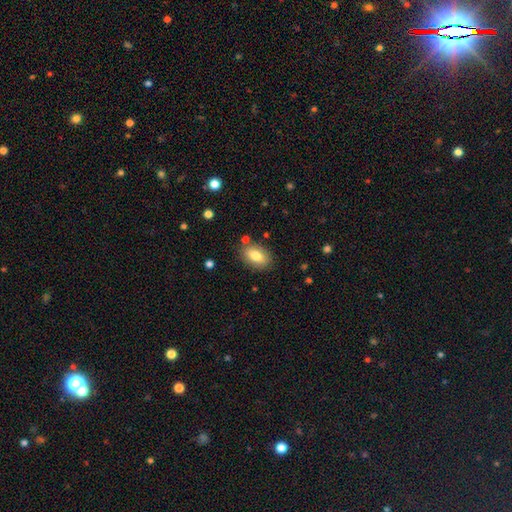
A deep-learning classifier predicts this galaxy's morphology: Smooth or featured?
  - smooth: 79% *
  - featured or disk: 13%
  - star or artifact: 8%
How rounded?
  - in between: 88% *
  - round: 9%
  - cigar-shaped: 2%
Merging?
  - none: 82% *
  - minor disturbance: 12%
  - merger: 4%
  - major disturbance: 3%